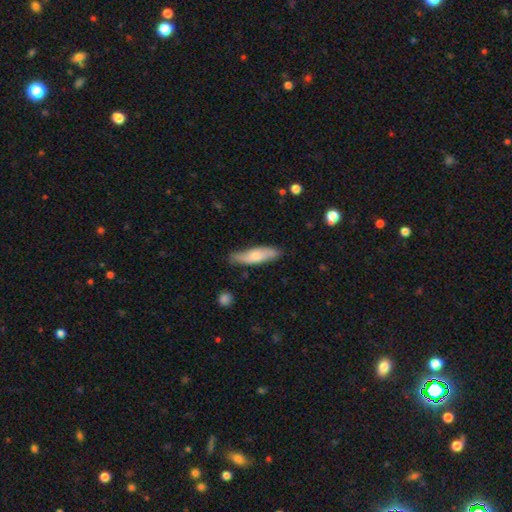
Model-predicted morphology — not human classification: This is likely a smooth galaxy (67%). How rounded: likely cigar-shaped (65%). Merging: likely none (77%).